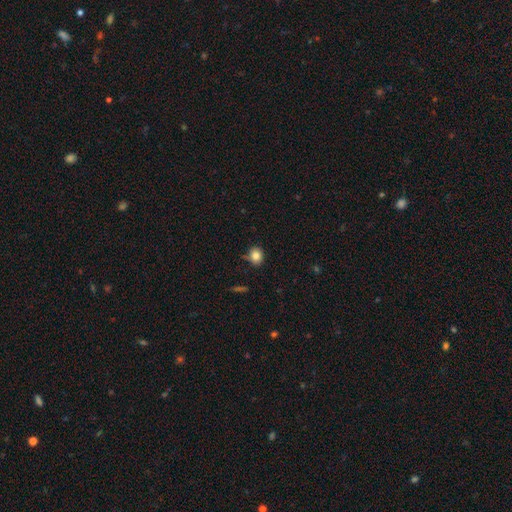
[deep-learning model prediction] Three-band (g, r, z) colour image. It shows a smooth galaxy with no disk features (81%) that is round (69%). Merging: none (75%).